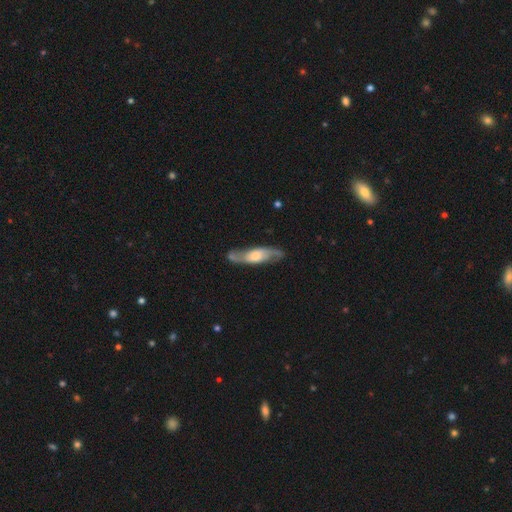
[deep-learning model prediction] smooth_or_featured: featured or disk (p=0.71) [alt: smooth p=0.23]
disk_edge_on: no (p=0.69) [alt: yes p=0.31]
merging: none (p=0.77) [alt: minor disturbance p=0.16]